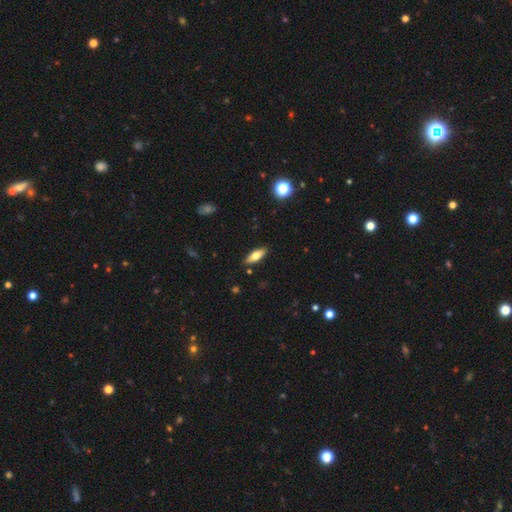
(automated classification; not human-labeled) A smooth galaxy with no disk features (63%) that is in between round and cigar-shaped (65%). Merging: none (87%).